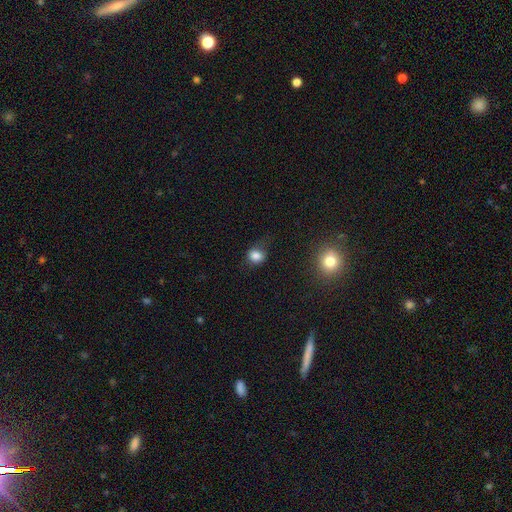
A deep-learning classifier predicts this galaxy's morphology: The model was most divided on "how rounded": round: 66%, in between: 33%, cigar-shaped: 1%. More confident: smooth or featured — smooth (82%); merging — none (61%).